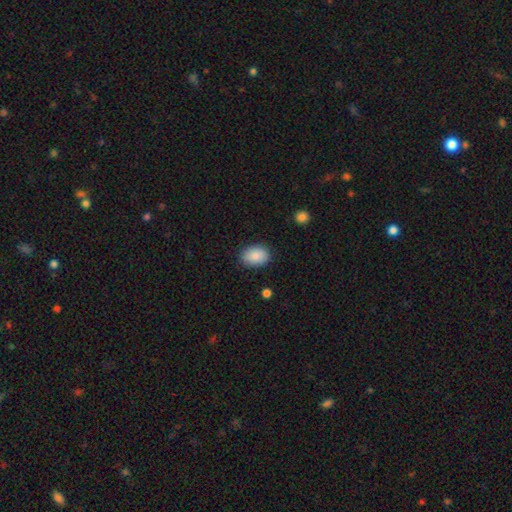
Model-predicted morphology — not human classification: This appears to be a smooth galaxy with no disk features (88%) that is in between round and cigar-shaped (81%). Merging: none (85%).